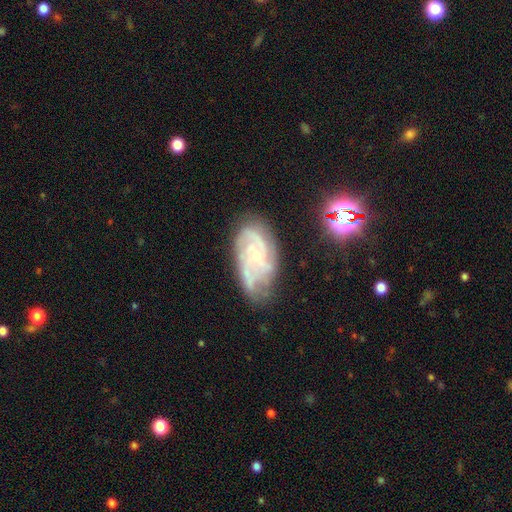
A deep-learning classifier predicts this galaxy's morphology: type=featured or disk (82%); edge-on=no (96%); bar=no (67%); spiral arms=yes (95%); winding=tight (48%); arm count=3 (32%); bulge=small (73%); merging=none (65%).